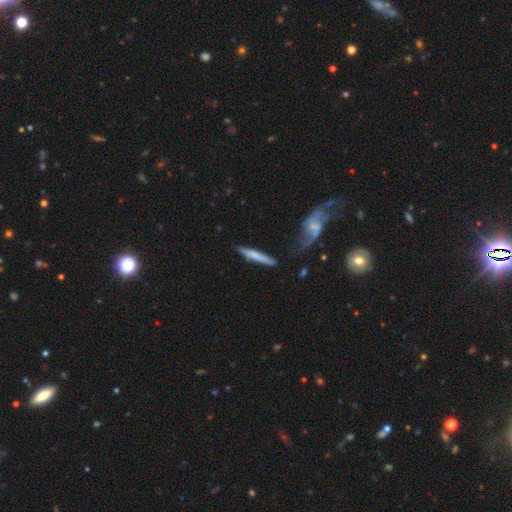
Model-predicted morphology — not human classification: Smooth or featured? smooth (63%)
How rounded? cigar-shaped (93%)
Merging? none (71%)